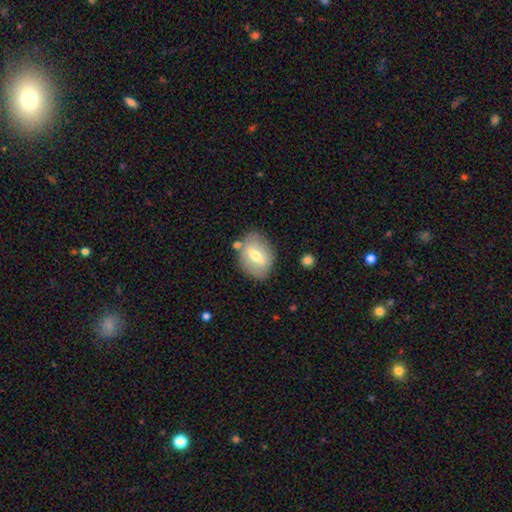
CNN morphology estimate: A smooth galaxy with no disk features (47%).

Vote fractions:
- Smooth or featured? smooth: 47% / featured or disk: 46% / star or artifact: 7%
- Merging? none: 76% / minor disturbance: 15% / merger: 5% / major disturbance: 4%